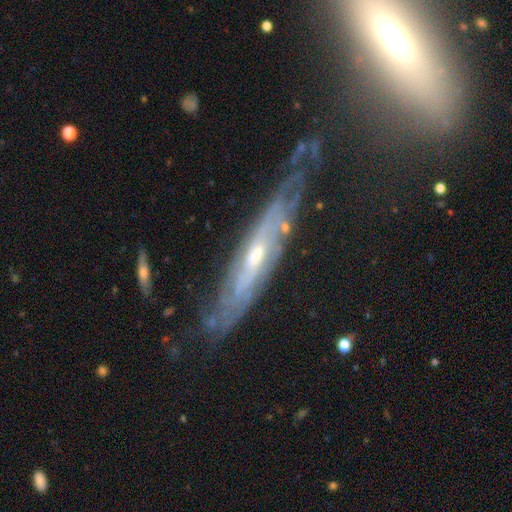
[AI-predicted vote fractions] Q: Smooth or featured?
A: featured or disk (79%); runner-up: smooth (13%)
Q: Edge-on disk?
A: yes (54%); runner-up: no (46%)
Q: Merging?
A: none (66%); runner-up: minor disturbance (22%)